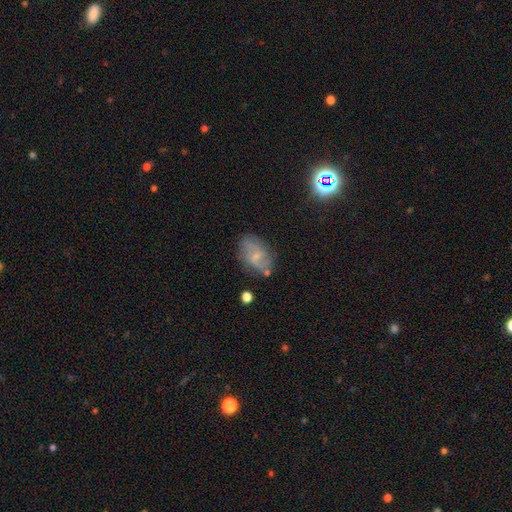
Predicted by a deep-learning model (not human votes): featured or disk 55%, smooth 35%, star or artifact 10%. Down the decision tree: edge-on disk — no (96%); bar — weak (51%); spiral arms — yes (75%); bulge size — small (64%); merging — none (65%).